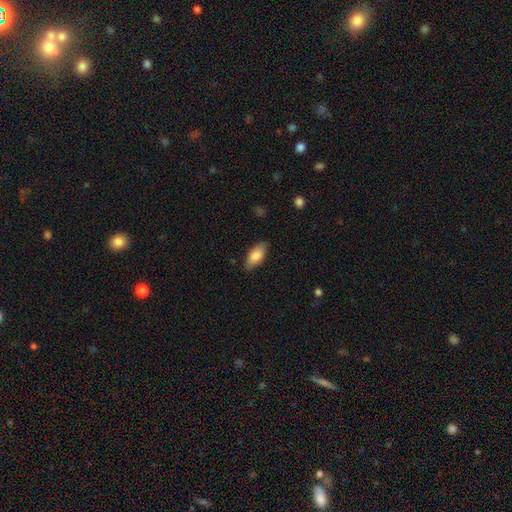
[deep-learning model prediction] Smooth or featured? smooth (80%)
How rounded? in between (87%)
Merging? none (81%)